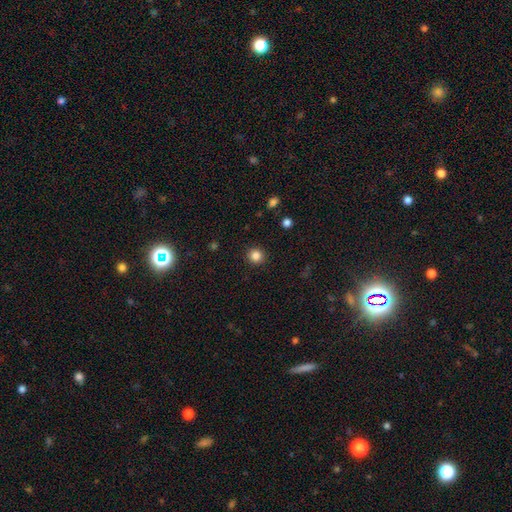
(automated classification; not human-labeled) A smooth galaxy with no disk features (84%) that is round (92%).

Vote fractions:
- Smooth or featured? smooth: 84% / star or artifact: 11% / featured or disk: 4%
- How rounded? round: 92% / in between: 7% / cigar-shaped: 1%
- Merging? none: 92% / minor disturbance: 5% / major disturbance: 2% / merger: 1%